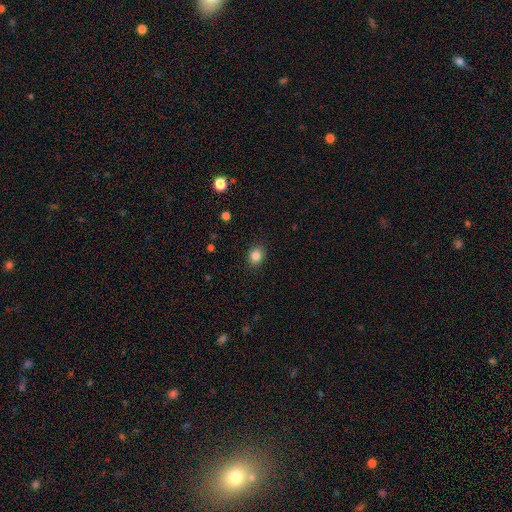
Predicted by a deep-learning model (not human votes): This is clearly a smooth galaxy (84%). How rounded: likely round (62%). Merging: clearly none (88%).